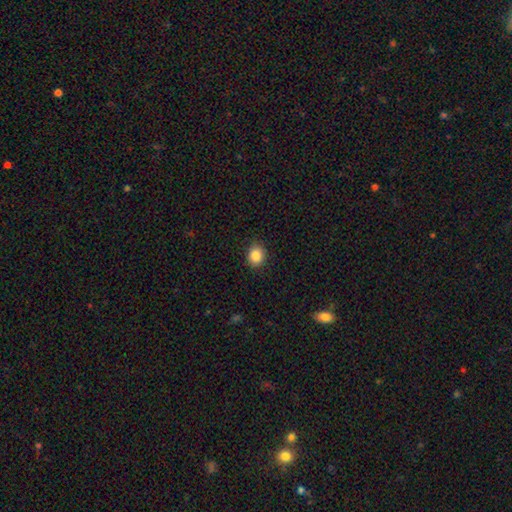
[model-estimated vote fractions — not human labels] Morphology: type=smooth (87%); roundness=round (64%); merging=none (88%).